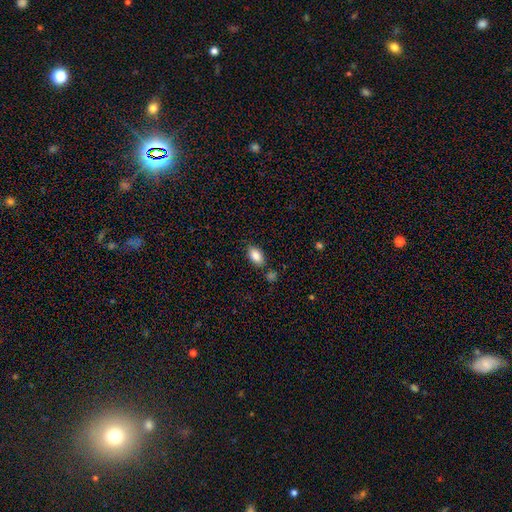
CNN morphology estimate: A smooth galaxy with no disk features (86%) that is in between round and cigar-shaped (92%). Merging: none (79%).